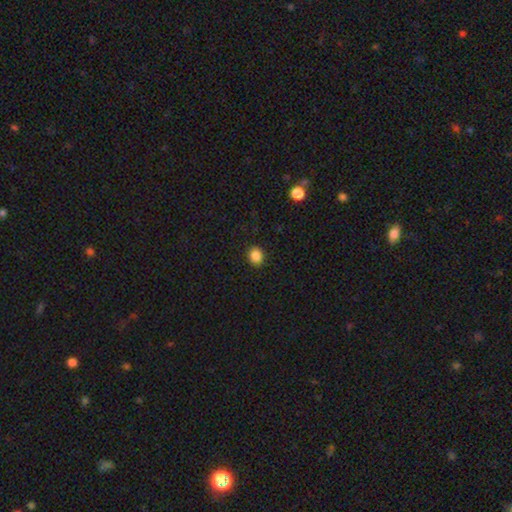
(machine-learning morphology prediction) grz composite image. It shows a smooth galaxy with no disk features (87%) that is round (66%). Merging: none (91%).